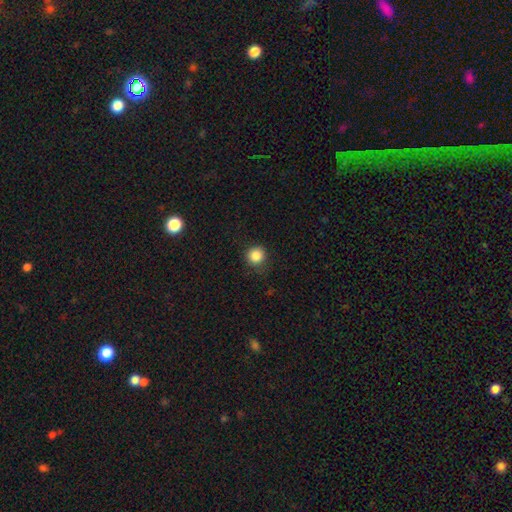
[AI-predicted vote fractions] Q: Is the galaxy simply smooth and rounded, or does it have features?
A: smooth — 86%.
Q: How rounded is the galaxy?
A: round — 93%.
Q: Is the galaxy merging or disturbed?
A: none — 83%.